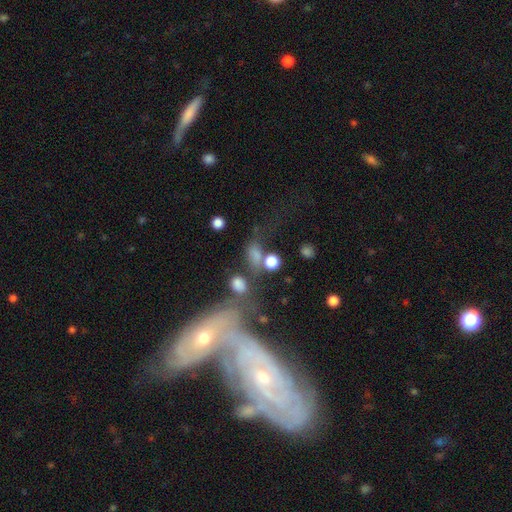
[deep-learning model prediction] A smooth galaxy with no disk features (70%) that is in between round and cigar-shaped (58%).

Vote fractions:
- Smooth or featured? smooth: 70% / star or artifact: 17% / featured or disk: 13%
- How rounded? in between: 58% / round: 37% / cigar-shaped: 5%
- Merging? none: 41% / merger: 21% / major disturbance: 20% / minor disturbance: 18%